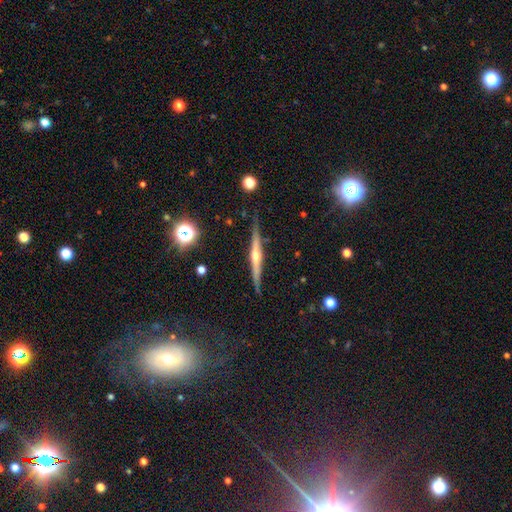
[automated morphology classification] This is likely a featured or disk galaxy (77%). It is clearly viewed edge-on (98%). Edge-on bulge: clearly rounded (87%). Merging: clearly none (86%).